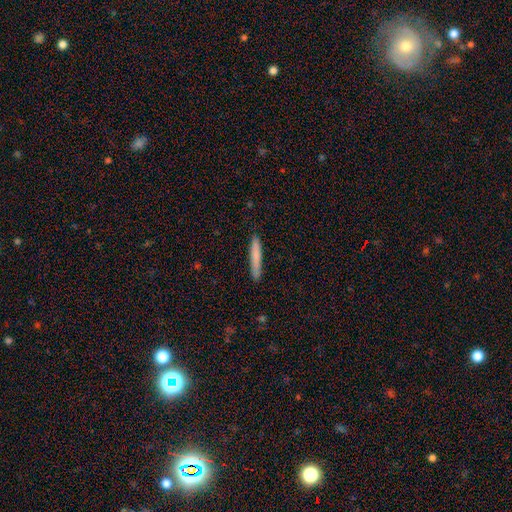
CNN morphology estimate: Smooth or featured: smooth — 76% (featured or disk — 18%)
How rounded: cigar-shaped — 95% (in between — 3%)
Merging: none — 89% (minor disturbance — 8%)